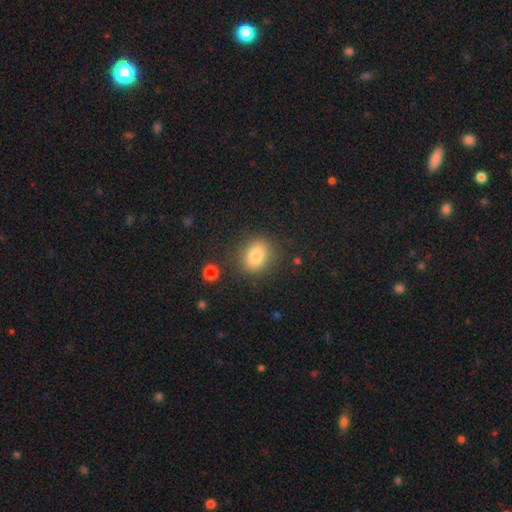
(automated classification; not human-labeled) smooth 80%, star or artifact 11%, featured or disk 9%. Down the decision tree: how rounded — round (60%); merging — none (84%).